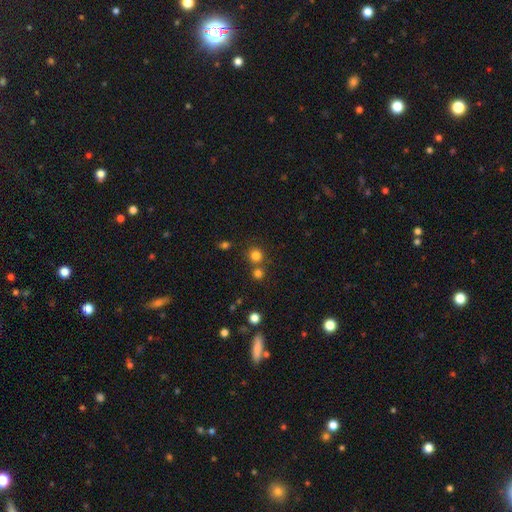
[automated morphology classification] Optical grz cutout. It shows a smooth galaxy with no disk features (78%) that is round (91%). Merging: none (68%).